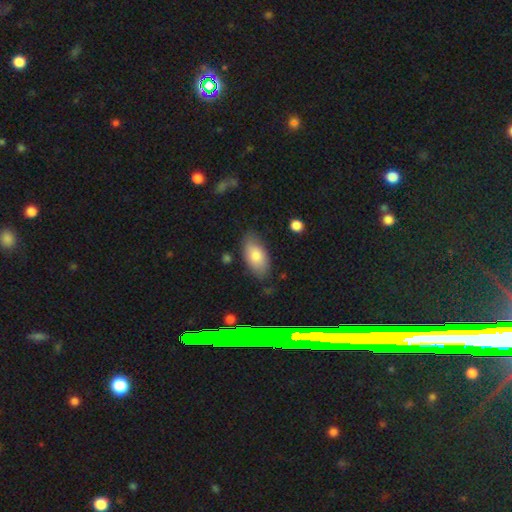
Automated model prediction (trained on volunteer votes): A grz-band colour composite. It shows a smooth galaxy with no disk features (79%) that is in between round and cigar-shaped (93%). Merging: none (77%).